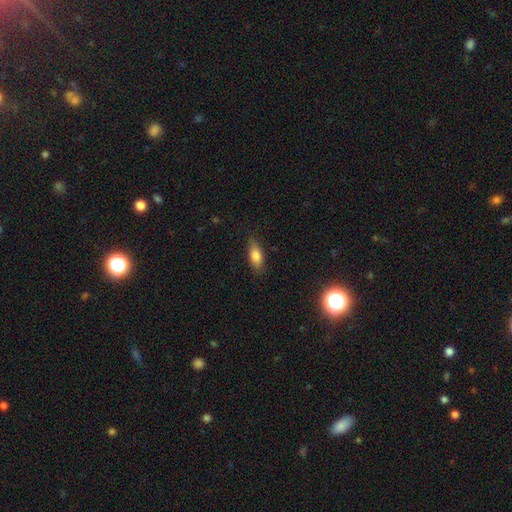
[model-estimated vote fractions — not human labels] A smooth galaxy with no disk features (79%) that is in between round and cigar-shaped (78%).

Vote fractions:
- Smooth or featured? smooth: 79% / featured or disk: 13% / star or artifact: 8%
- How rounded? in between: 78% / cigar-shaped: 18% / round: 4%
- Merging? none: 81% / minor disturbance: 15% / major disturbance: 3% / merger: 1%